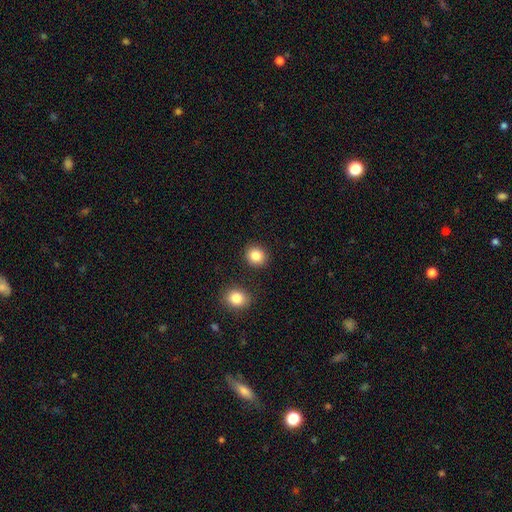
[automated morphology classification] Q: Smooth or featured?
A: smooth (85%); runner-up: star or artifact (10%)
Q: How rounded?
A: round (82%); runner-up: in between (17%)
Q: Merging?
A: none (88%); runner-up: minor disturbance (6%)